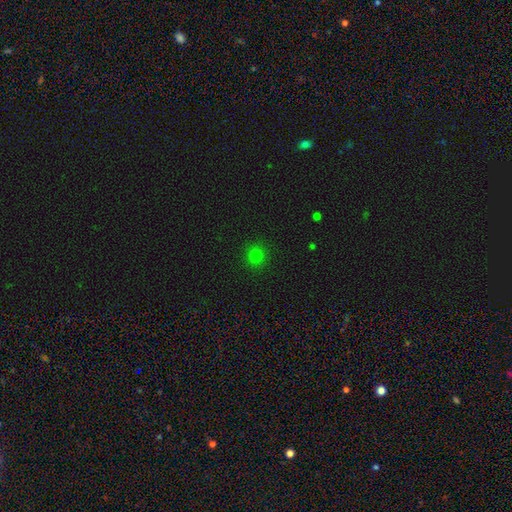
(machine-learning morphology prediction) type=smooth (77%); roundness=round (91%); merging=none (90%).